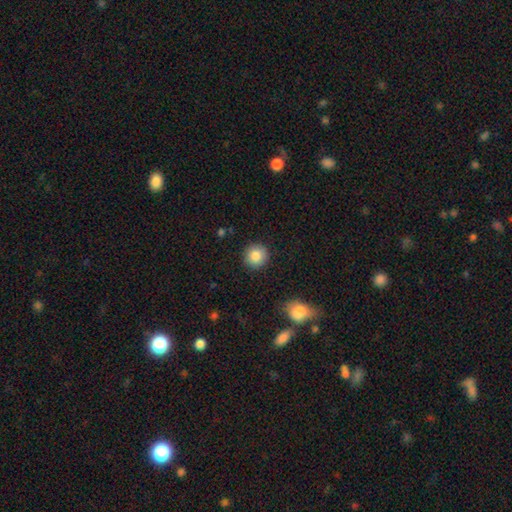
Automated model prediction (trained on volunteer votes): smooth_or_featured: smooth (p=0.85) [alt: star or artifact p=0.09]
how_rounded: round (p=0.93) [alt: in between p=0.06]
merging: none (p=0.90) [alt: minor disturbance p=0.06]